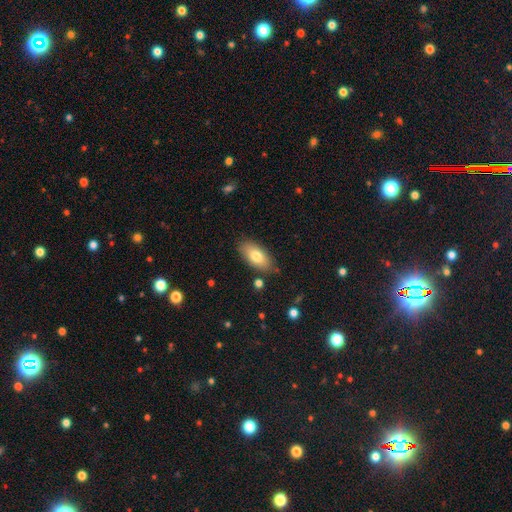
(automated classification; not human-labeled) A smooth galaxy with no disk features (77%) that is in between round and cigar-shaped (91%). Merging: none (82%).